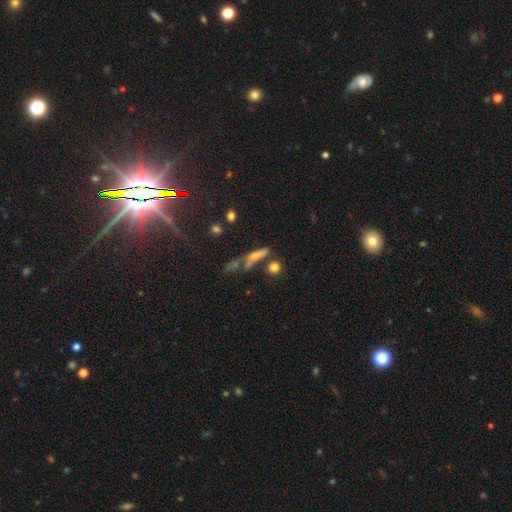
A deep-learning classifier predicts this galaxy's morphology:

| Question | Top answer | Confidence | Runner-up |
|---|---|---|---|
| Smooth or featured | smooth | 53% | featured or disk (33%) |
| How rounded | cigar-shaped | 67% | in between (23%) |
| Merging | none | 45% | merger (23%) |